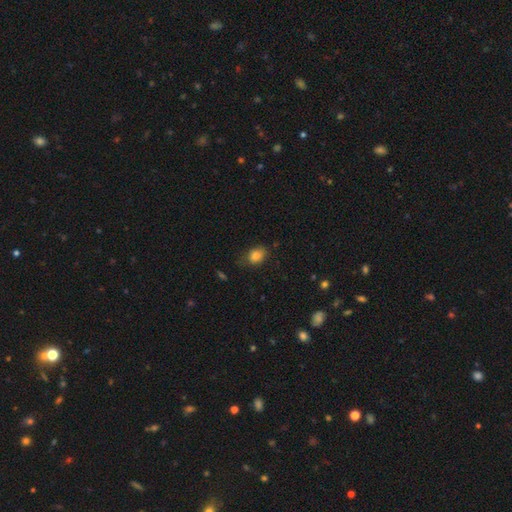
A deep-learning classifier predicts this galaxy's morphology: A smooth galaxy with no disk features (84%) that is in between round and cigar-shaped (66%). Merging: none (68%).